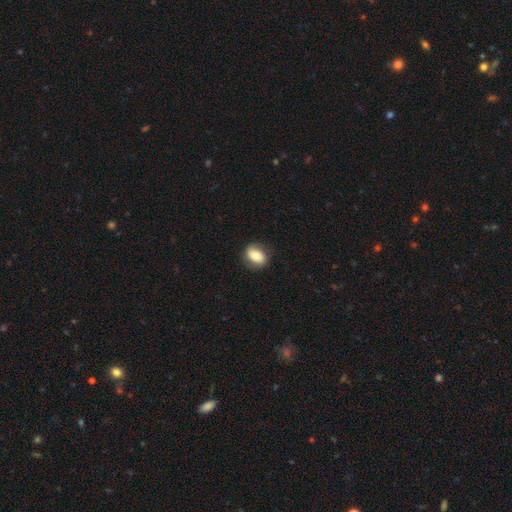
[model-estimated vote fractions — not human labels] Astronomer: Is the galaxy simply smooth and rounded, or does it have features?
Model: smooth — 70%.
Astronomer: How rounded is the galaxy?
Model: in between — 71%.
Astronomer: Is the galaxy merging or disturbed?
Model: none — 80%.